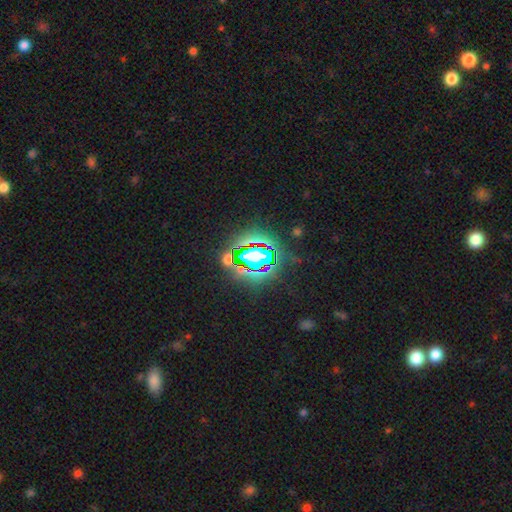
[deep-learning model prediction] Smooth or featured?
  - star or artifact: 70% *
  - smooth: 18%
  - featured or disk: 12%